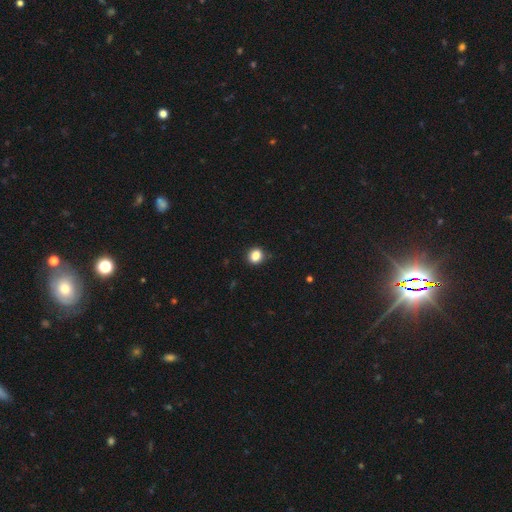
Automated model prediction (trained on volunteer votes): Overall: smooth (86%). How rounded: round (73%). Merging: none (85%).